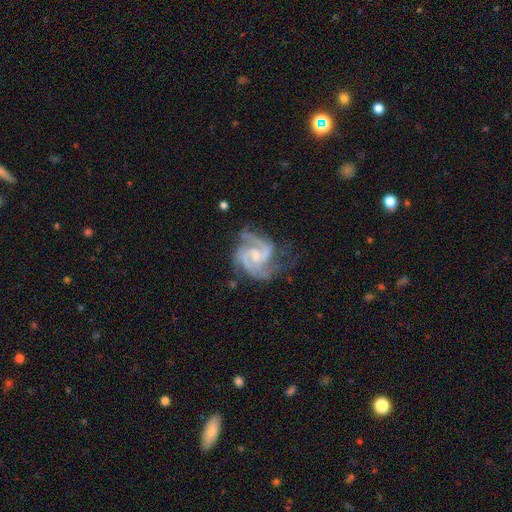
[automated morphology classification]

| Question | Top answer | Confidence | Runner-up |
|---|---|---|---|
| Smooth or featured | featured or disk | 91% | star or artifact (4%) |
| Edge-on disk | no | 98% | yes (2%) |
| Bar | weak | 50% | no (38%) |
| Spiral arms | yes | 98% | no (2%) |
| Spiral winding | medium | 53% | tight (37%) |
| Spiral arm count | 2 | 59% | 3 (25%) |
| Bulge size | moderate | 42% | small (38%) |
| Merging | none | 60% | minor disturbance (23%) |